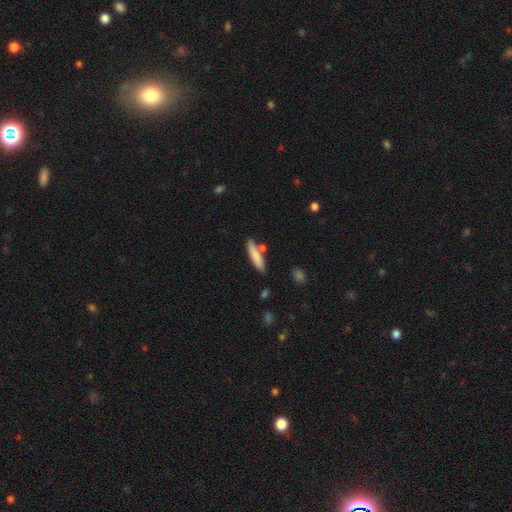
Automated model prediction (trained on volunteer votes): Morphology: type=smooth (79%); roundness=cigar-shaped (81%); merging=none (76%).